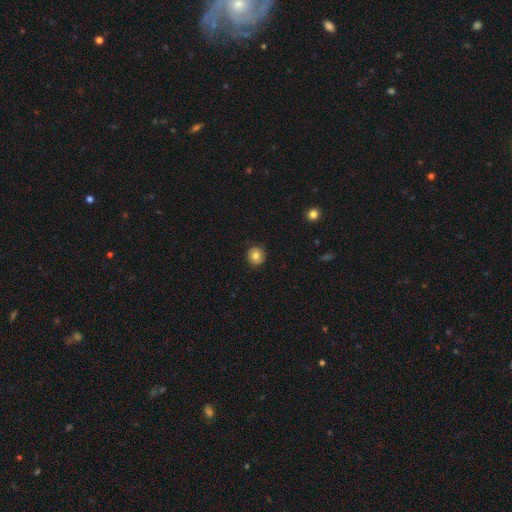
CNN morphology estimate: This appears to be a smooth galaxy with no disk features (79%) that is round (91%). Merging: none (89%).